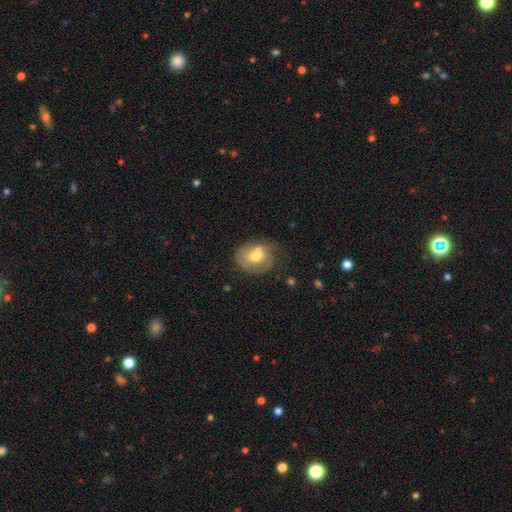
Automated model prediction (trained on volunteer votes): smooth_or_featured: featured or disk (p=0.47) [alt: smooth p=0.46]
merging: none (p=0.42) [alt: minor disturbance p=0.25]